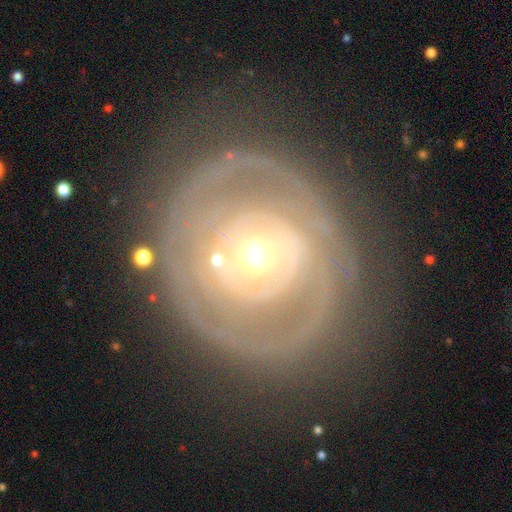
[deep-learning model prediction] smooth-or-featured: featured or disk: 79% | smooth: 16% | star or artifact: 5%
  disk-edge-on: no: 96% | yes: 4%
    bar: no: 76% | weak: 16% | strong: 8%
    has-spiral-arms: yes: 60% | no: 40%
    bulge-size: moderate: 58% | small: 33% | large: 7% | dominant: 1% | none: 1%
  merging: none: 72% | minor disturbance: 15% | major disturbance: 10% | merger: 2%